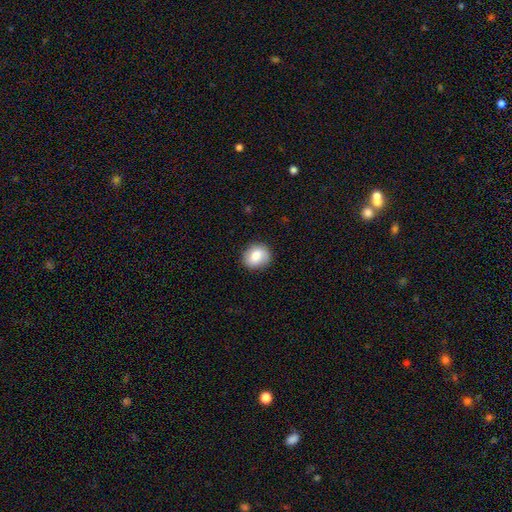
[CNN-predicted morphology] type=smooth (77%); roundness=round (76%); merging=none (85%).